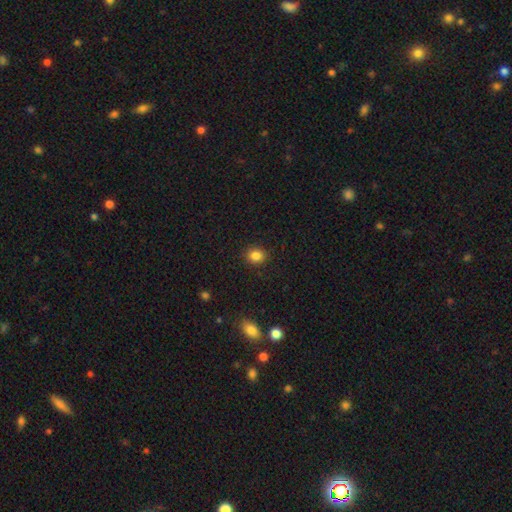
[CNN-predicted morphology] This appears to be a smooth galaxy with no disk features (85%) that is round (78%). Merging: none (90%).